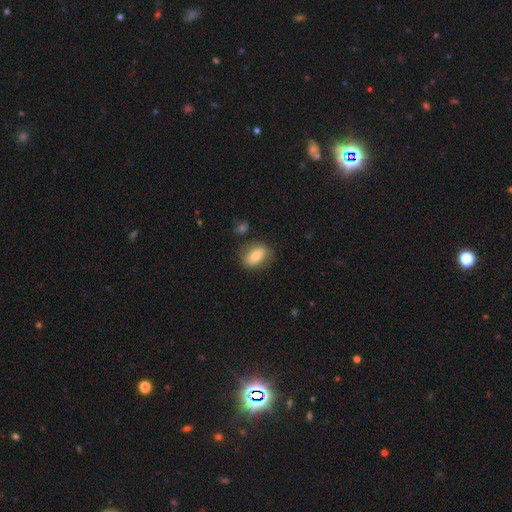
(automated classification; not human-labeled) A smooth galaxy with no disk features (70%) that is in between round and cigar-shaped (83%). Merging: none (78%).